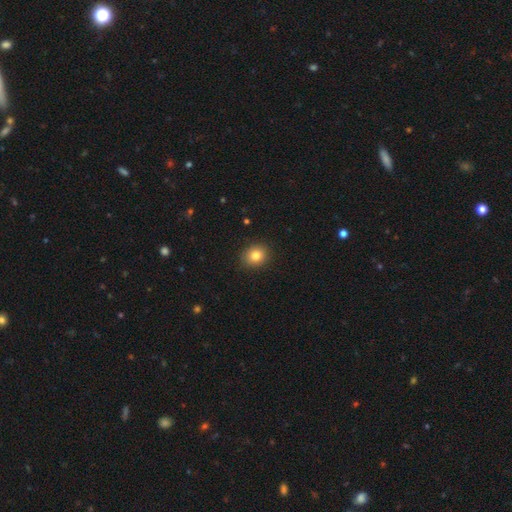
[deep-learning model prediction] Smooth or featured: smooth — 82% (star or artifact — 11%)
How rounded: round — 69% (in between — 30%)
Merging: none — 90% (minor disturbance — 7%)